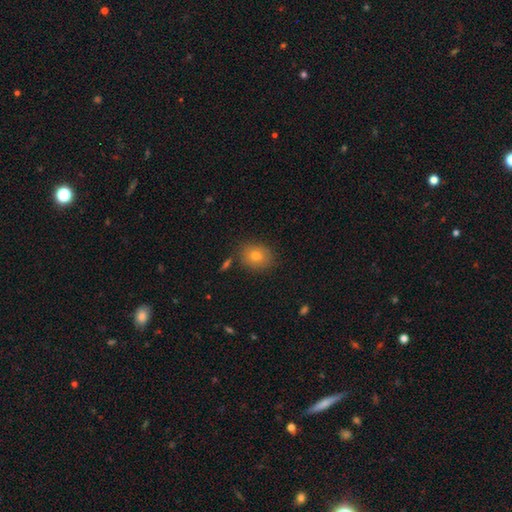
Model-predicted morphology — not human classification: type=smooth (75%); roundness=round (59%); merging=none (84%).